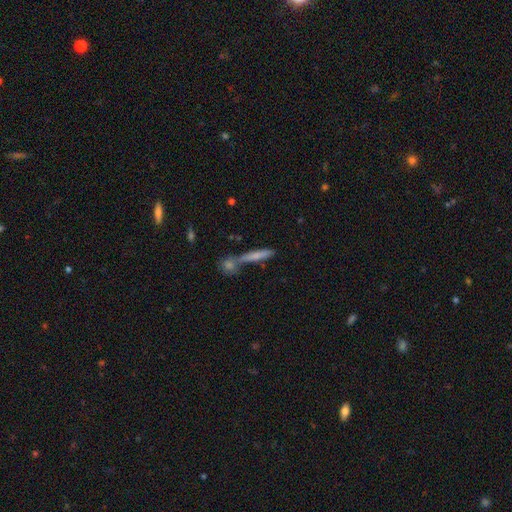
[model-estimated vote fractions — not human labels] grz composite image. It shows a smooth galaxy with no disk features (61%) that is cigar-shaped (89%). Merging: none (58%).